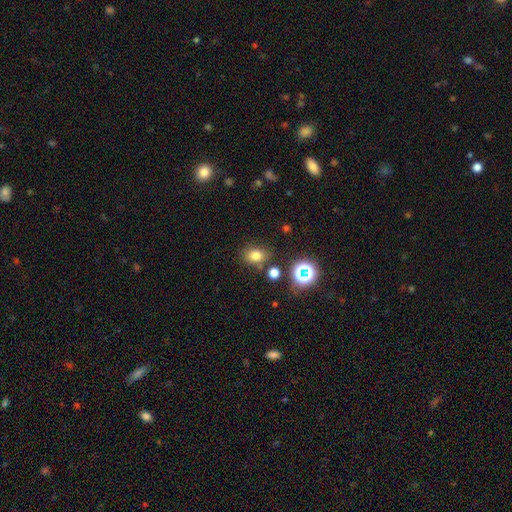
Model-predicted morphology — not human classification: Overall: smooth (74%). How rounded: in between (55%; round 44%). Merging: none (75%).